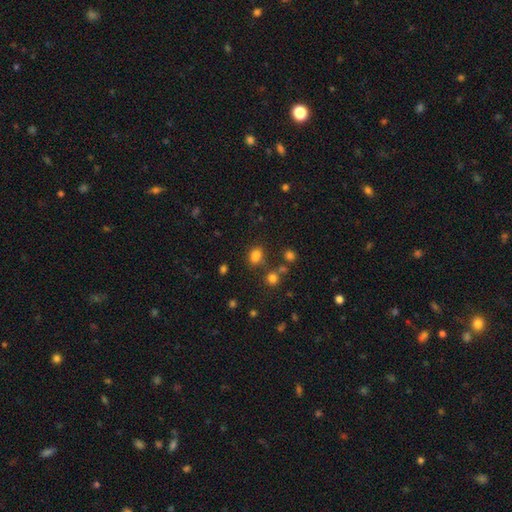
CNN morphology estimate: type=smooth (80%); roundness=in between (53%); merging=none (76%).